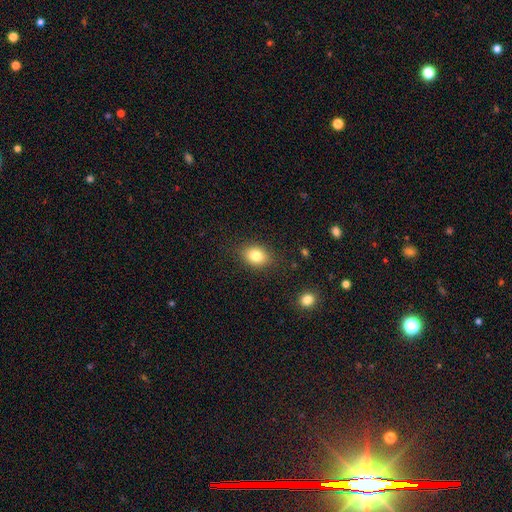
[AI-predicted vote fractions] Q: Smooth or featured?
A: smooth (82%); runner-up: star or artifact (10%)
Q: How rounded?
A: in between (64%); runner-up: round (35%)
Q: Merging?
A: none (85%); runner-up: minor disturbance (11%)